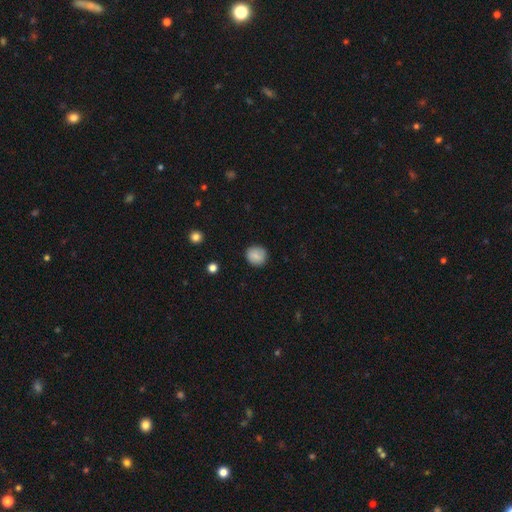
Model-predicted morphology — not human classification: A smooth galaxy with no disk features (82%) that is round (88%). Merging: none (86%).